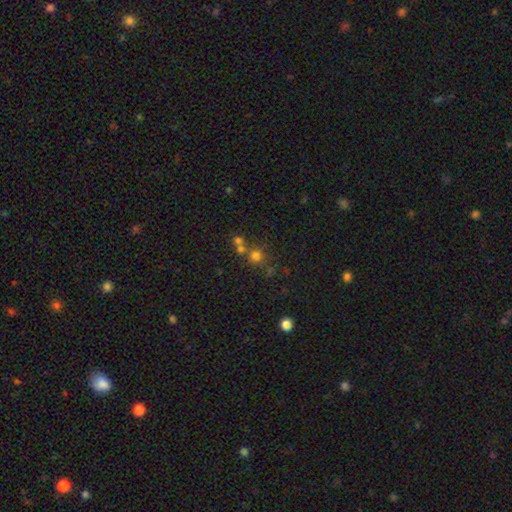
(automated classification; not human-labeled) This appears to be a smooth galaxy with no disk features (67%) that is round (90%). Merging: none (56%).